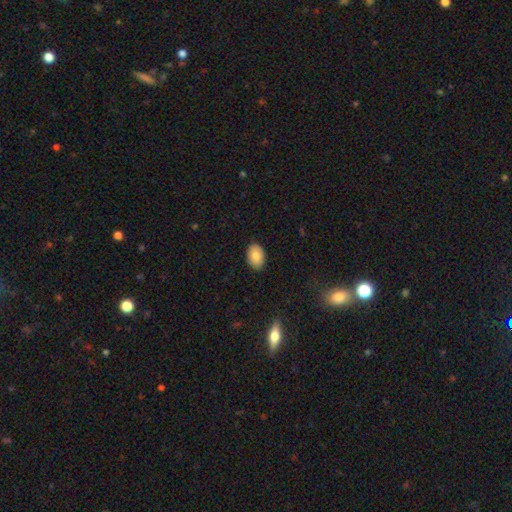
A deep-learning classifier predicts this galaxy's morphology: This appears to be a smooth galaxy with no disk features (85%) that is in between round and cigar-shaped (84%). Merging: none (87%).